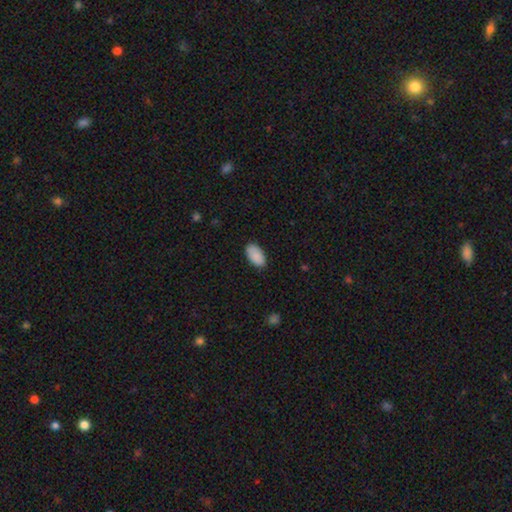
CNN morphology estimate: smooth_or_featured: smooth (p=0.89) [alt: star or artifact p=0.07]
how_rounded: in between (p=0.95) [alt: round p=0.03]
merging: none (p=0.83) [alt: minor disturbance p=0.13]